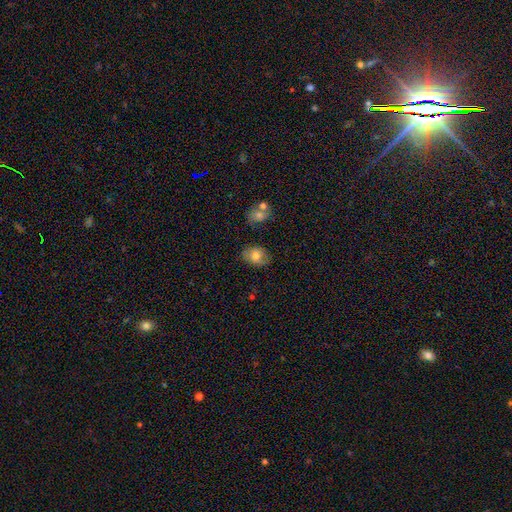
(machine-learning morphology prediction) Smooth or featured? Predicted: smooth (p=0.74). How rounded? Predicted: in between (p=0.72). Merging? Predicted: none (p=0.73).